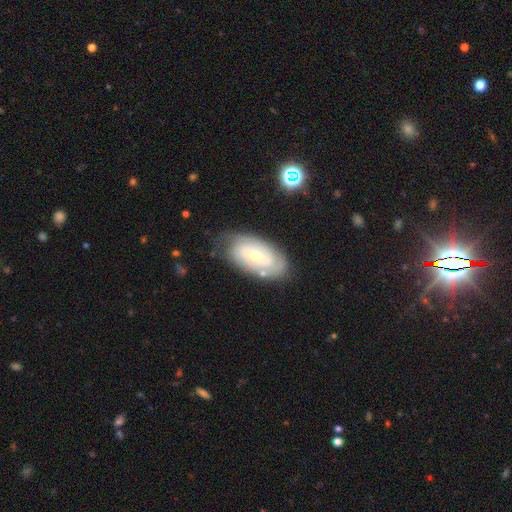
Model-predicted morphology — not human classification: smooth-or-featured: featured or disk: 78% | smooth: 16% | star or artifact: 6%
  disk-edge-on: no: 95% | yes: 5%
    bar: no: 53% | weak: 36% | strong: 10%
    has-spiral-arms: yes: 90% | no: 10%
      spiral-winding: tight: 71% | medium: 23% | loose: 5%
      spiral-arm-count: 2: 40% | can't tell: 38% | 3: 11% | 4: 4% | 1: 4% | more than 4: 3%
    bulge-size: small: 60% | moderate: 36% | large: 2% | none: 1% | dominant: 1%
  merging: none: 73% | minor disturbance: 19% | major disturbance: 6% | merger: 3%